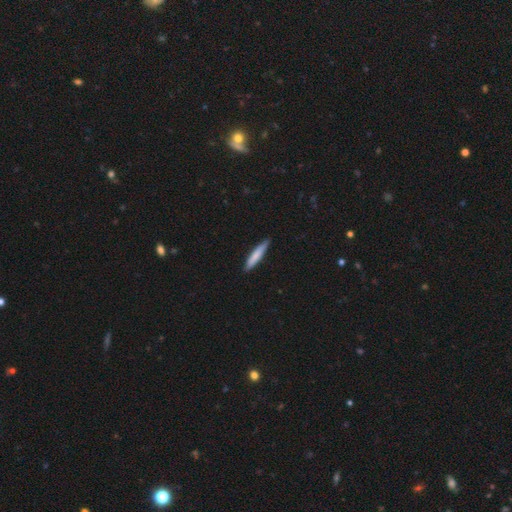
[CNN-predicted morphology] Overall: smooth (76%). How rounded: cigar-shaped (91%). Merging: none (88%).